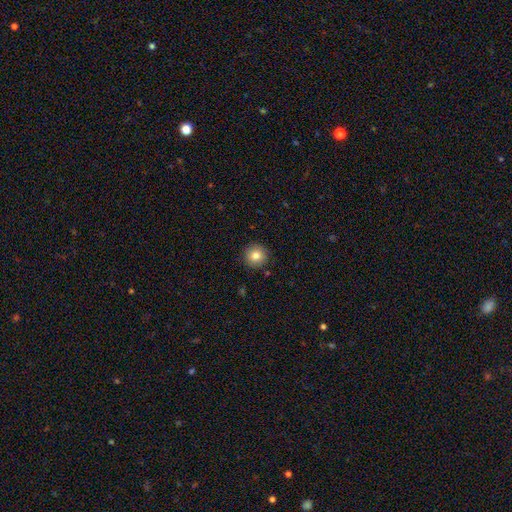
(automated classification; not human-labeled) Smooth or featured?
  - smooth: 82% *
  - star or artifact: 10%
  - featured or disk: 8%
How rounded?
  - round: 95% *
  - in between: 4%
  - cigar-shaped: 1%
Merging?
  - none: 90% *
  - minor disturbance: 7%
  - major disturbance: 2%
  - merger: 1%